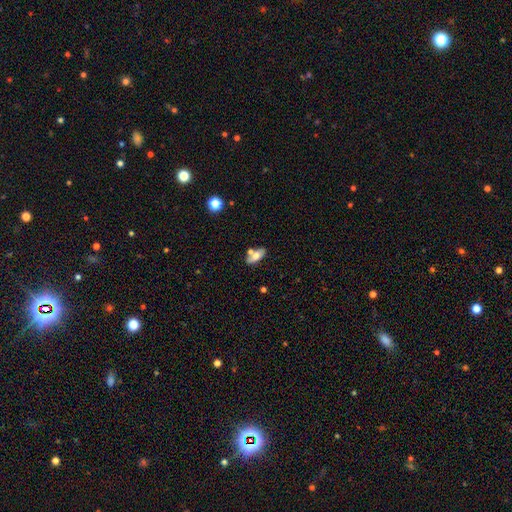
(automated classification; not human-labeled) smooth_or_featured: smooth (p=0.61) [alt: featured or disk p=0.31]
how_rounded: in between (p=0.80) [alt: cigar-shaped p=0.15]
merging: none (p=0.63) [alt: merger p=0.20]